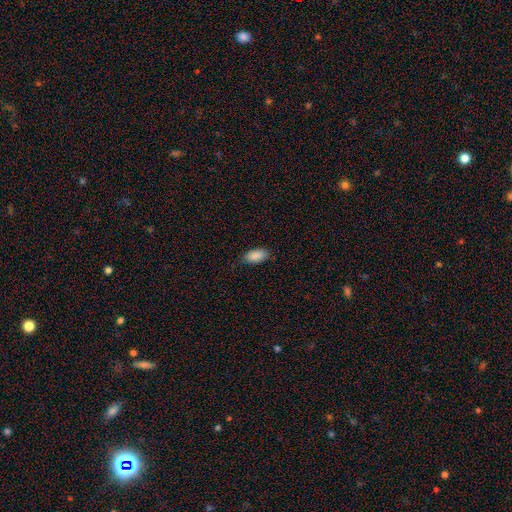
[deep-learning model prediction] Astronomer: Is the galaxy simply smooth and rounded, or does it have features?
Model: smooth — 90%.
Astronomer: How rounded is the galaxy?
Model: in between — 93%.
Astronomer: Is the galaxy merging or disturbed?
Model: none — 83%.